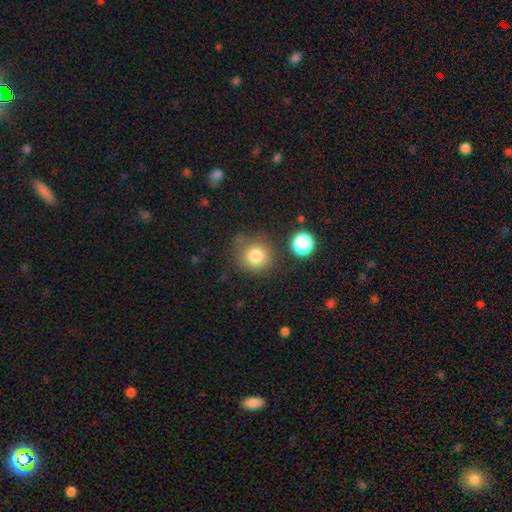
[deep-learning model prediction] Overall: smooth (80%). How rounded: round (91%). Merging: none (70%).